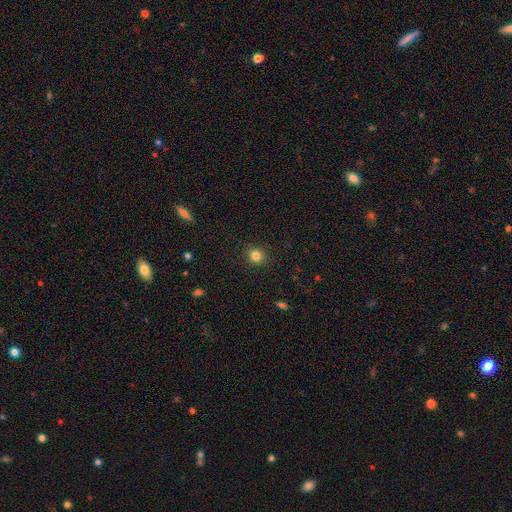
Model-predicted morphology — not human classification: Overall: smooth (83%). How rounded: round (90%). Merging: none (91%).